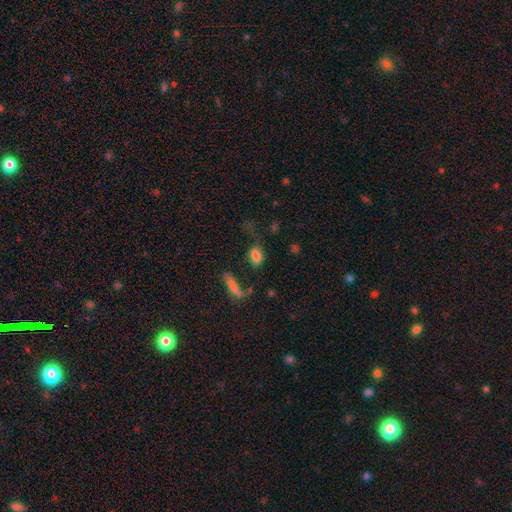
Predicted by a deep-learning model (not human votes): A smooth galaxy with no disk features (74%) that is in between round and cigar-shaped (82%).

Vote fractions:
- Smooth or featured? smooth: 74% / featured or disk: 14% / star or artifact: 12%
- How rounded? in between: 82% / round: 11% / cigar-shaped: 7%
- Merging? none: 43% / major disturbance: 24% / minor disturbance: 19% / merger: 14%